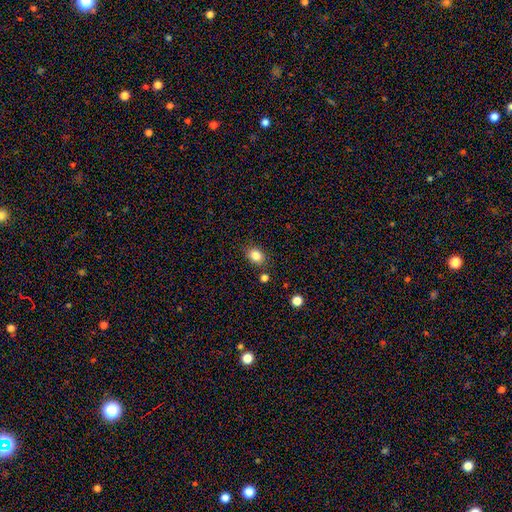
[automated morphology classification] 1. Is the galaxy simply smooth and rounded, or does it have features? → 84% smooth, 10% star or artifact, 6% featured or disk.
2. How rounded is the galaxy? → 60% in between, 39% round, 1% cigar-shaped.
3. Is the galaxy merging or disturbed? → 82% none, 11% minor disturbance, 4% merger, 3% major disturbance.